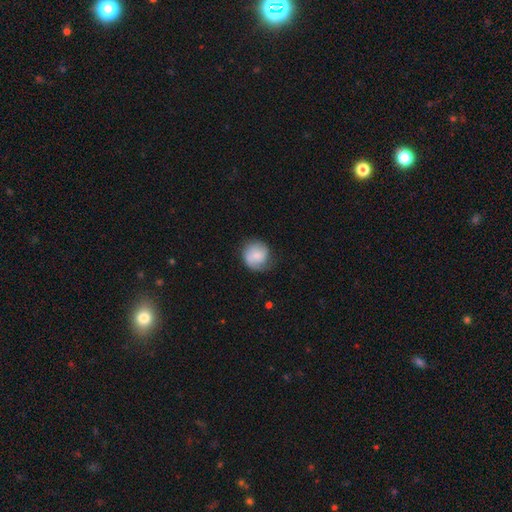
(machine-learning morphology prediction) The model was most divided on "merging": none: 68%, minor disturbance: 23%, major disturbance: 8%, merger: 1%. More confident: how rounded — round (88%); smooth or featured — smooth (69%).